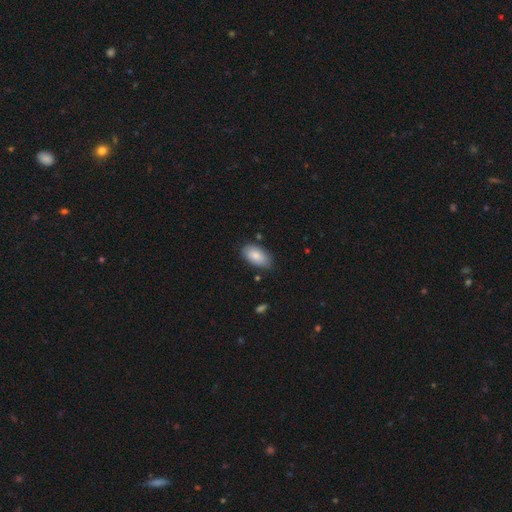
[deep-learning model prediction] Smooth or featured? Predicted: smooth (p=0.84). How rounded? Predicted: in between (p=0.95). Merging? Predicted: none (p=0.79).